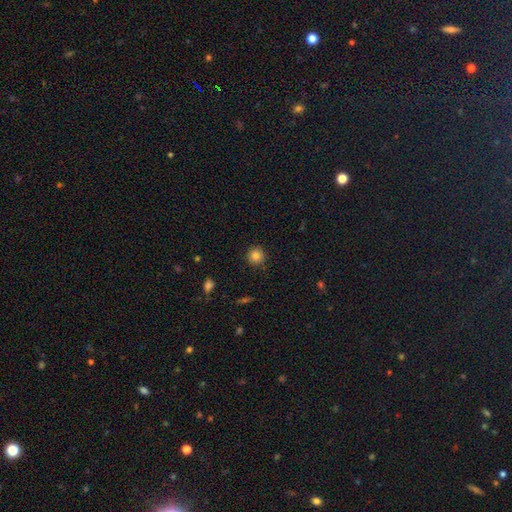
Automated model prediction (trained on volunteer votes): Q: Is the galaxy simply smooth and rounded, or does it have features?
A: smooth — 83%.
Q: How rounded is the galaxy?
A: round — 94%.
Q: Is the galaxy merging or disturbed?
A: none — 88%.